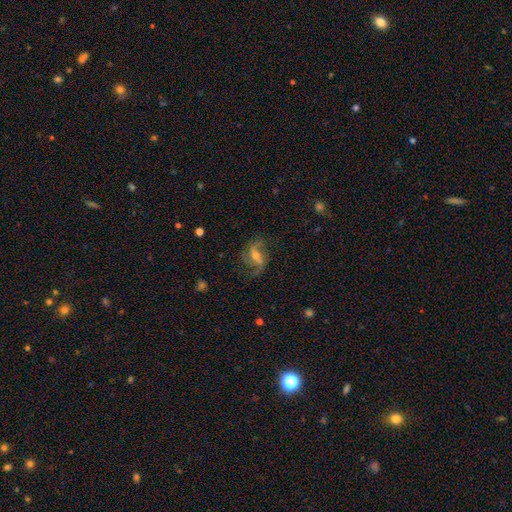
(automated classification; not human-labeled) featured or disk 75%, smooth 15%, star or artifact 9%. Down the decision tree: edge-on disk — no (95%); bar — weak (44%); spiral arms — yes (92%); spiral arm count — 2 (72%); spiral winding — loose (60%); bulge size — moderate (50%); merging — none (64%).